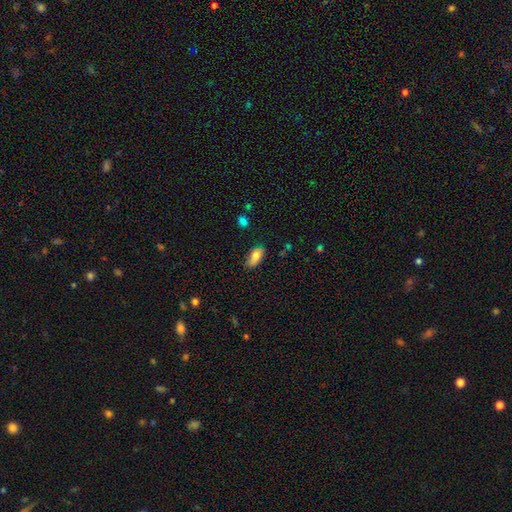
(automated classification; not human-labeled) Smooth or featured: smooth — 79% (featured or disk — 13%)
How rounded: in between — 90% (cigar-shaped — 6%)
Merging: none — 76% (minor disturbance — 19%)